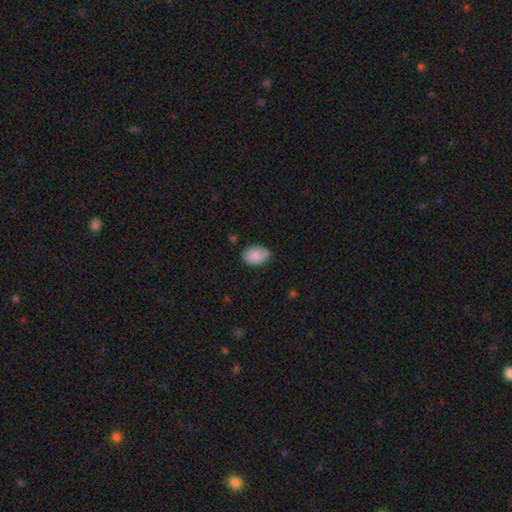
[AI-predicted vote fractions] This is clearly a smooth galaxy (87%). How rounded: clearly in between (83%). Merging: likely none (74%).